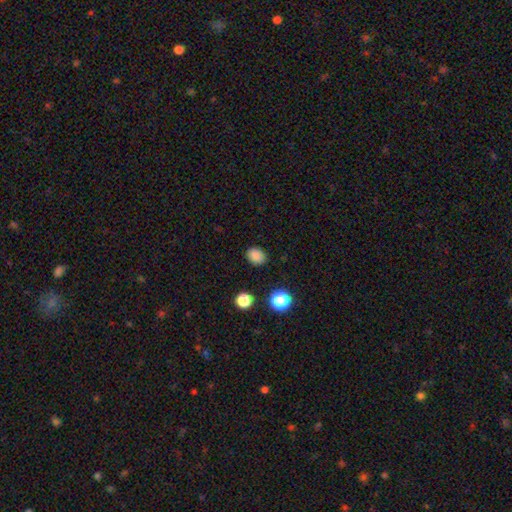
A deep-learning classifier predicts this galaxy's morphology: Smooth or featured? smooth (85%)
How rounded? in between (53%)
Merging? none (87%)